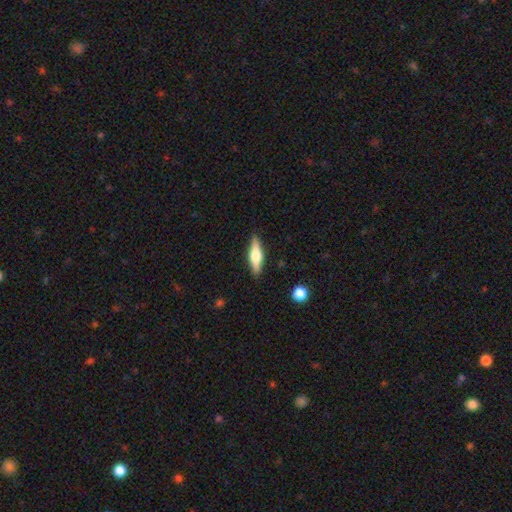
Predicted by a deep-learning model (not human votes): smooth-or-featured: featured or disk: 53% | smooth: 41% | star or artifact: 6%
  disk-edge-on: yes: 95% | no: 5%
    edge-on-bulge: rounded: 92% | boxy: 6% | none: 2%
  merging: none: 89% | minor disturbance: 8% | major disturbance: 2% | merger: 1%